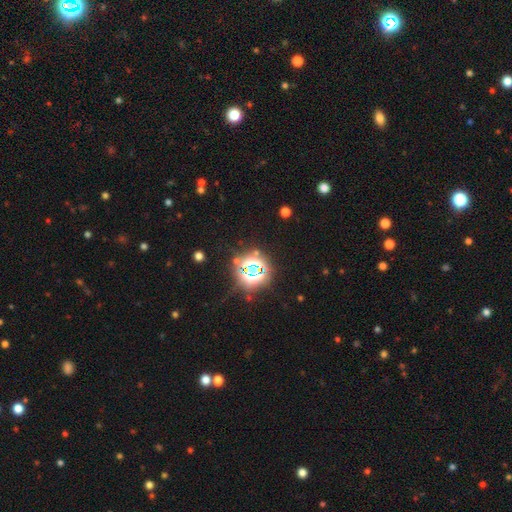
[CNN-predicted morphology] Q: Smooth or featured?
A: star or artifact (81%); runner-up: smooth (12%)